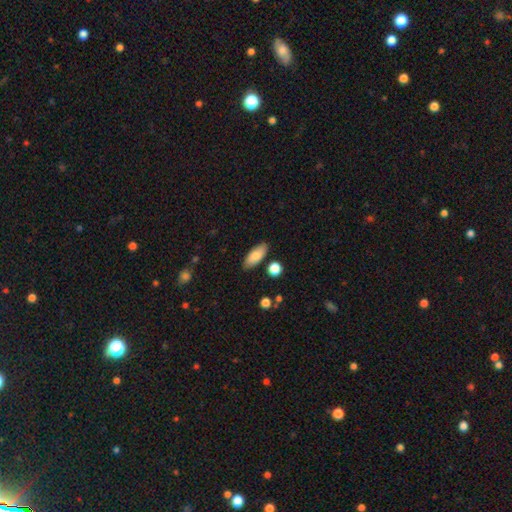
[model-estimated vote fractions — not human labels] This appears to be a smooth galaxy with no disk features (83%) that is in between round and cigar-shaped (82%). Merging: none (84%).